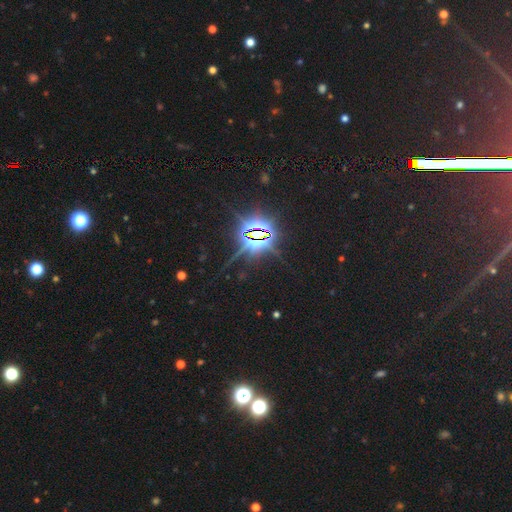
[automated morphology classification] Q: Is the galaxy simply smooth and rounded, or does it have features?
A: star or artifact — 76%.